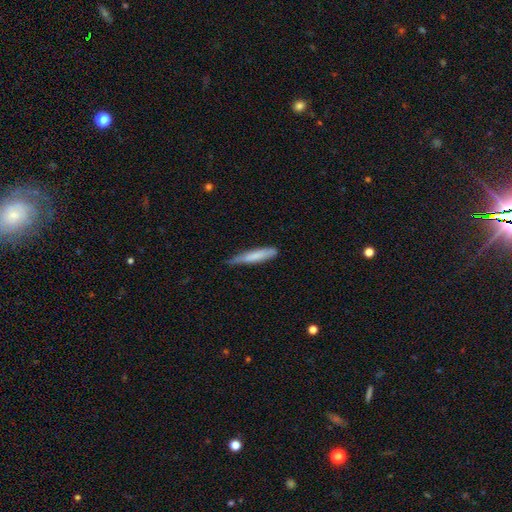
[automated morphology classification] Overall: smooth (74%). How rounded: cigar-shaped (90%). Merging: none (61%; minor disturbance 31%).